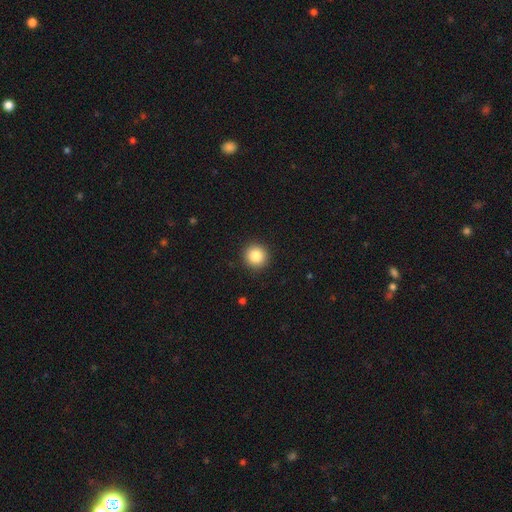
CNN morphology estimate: Overall: smooth (85%). How rounded: round (94%). Merging: none (92%).